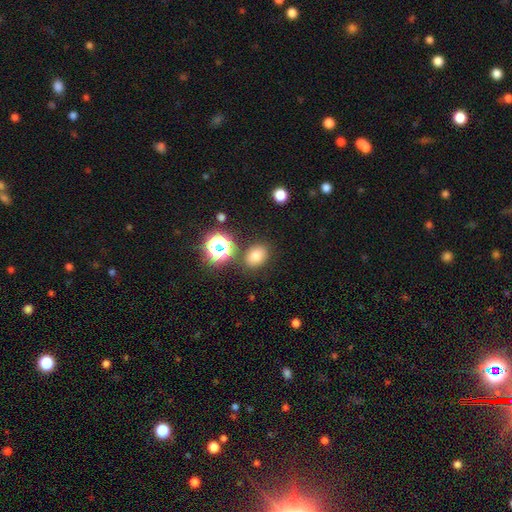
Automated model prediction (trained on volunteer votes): A smooth galaxy with no disk features (74%) that is in between round and cigar-shaped (55%).

Vote fractions:
- Smooth or featured? smooth: 74% / star or artifact: 18% / featured or disk: 9%
- How rounded? in between: 55% / round: 44% / cigar-shaped: 1%
- Merging? none: 81% / minor disturbance: 10% / merger: 6% / major disturbance: 3%